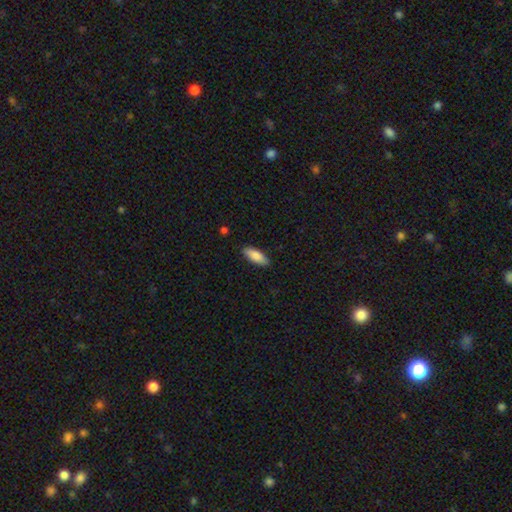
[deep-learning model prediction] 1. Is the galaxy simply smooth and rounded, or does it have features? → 87% smooth, 8% featured or disk, 6% star or artifact.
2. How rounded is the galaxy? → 74% in between, 24% cigar-shaped, 2% round.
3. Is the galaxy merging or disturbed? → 88% none, 9% minor disturbance, 2% major disturbance, 1% merger.